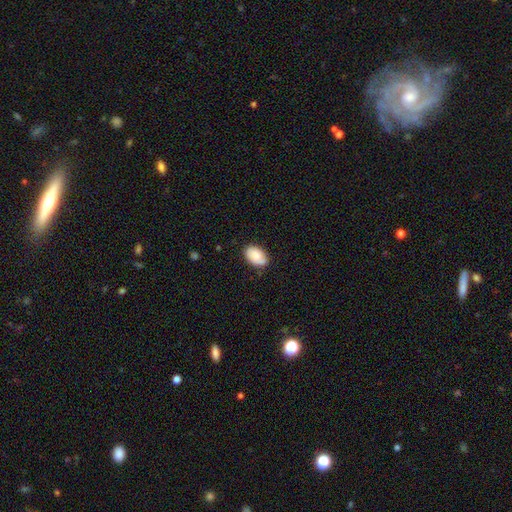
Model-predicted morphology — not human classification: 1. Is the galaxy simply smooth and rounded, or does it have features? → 83% smooth, 10% featured or disk, 7% star or artifact.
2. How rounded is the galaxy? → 90% in between, 9% round, 1% cigar-shaped.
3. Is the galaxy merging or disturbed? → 78% none, 17% minor disturbance, 3% major disturbance, 2% merger.